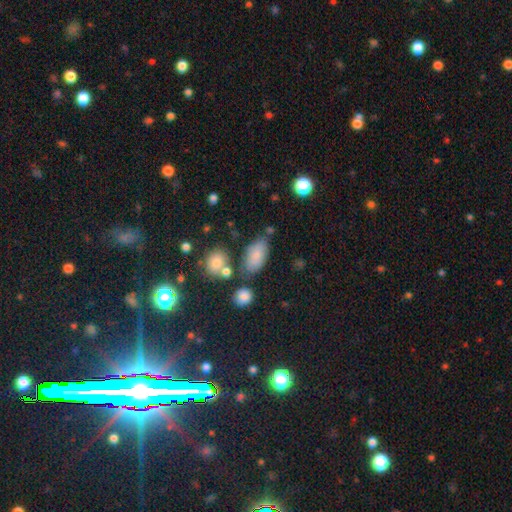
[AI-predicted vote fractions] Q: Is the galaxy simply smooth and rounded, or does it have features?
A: smooth — 79%.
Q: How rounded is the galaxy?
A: in between — 91%.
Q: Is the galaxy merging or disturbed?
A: none — 65%.